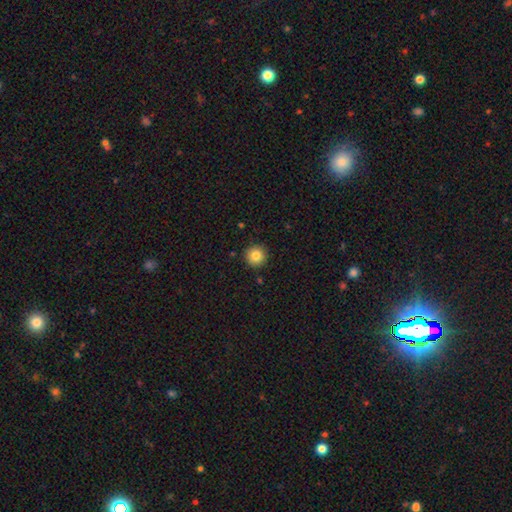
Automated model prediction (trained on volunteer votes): A smooth galaxy with no disk features (83%) that is round (96%). Merging: none (91%).